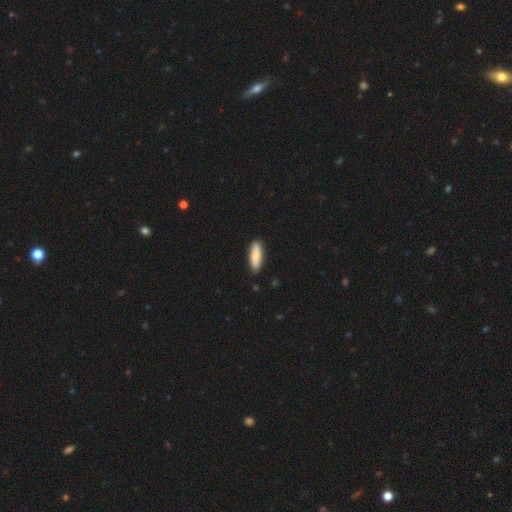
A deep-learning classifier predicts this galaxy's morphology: Smooth or featured: smooth — 75% (featured or disk — 20%)
How rounded: cigar-shaped — 52% (in between — 46%)
Merging: none — 88% (minor disturbance — 9%)